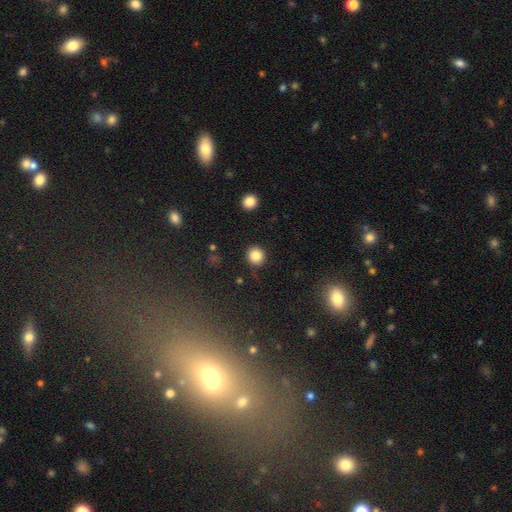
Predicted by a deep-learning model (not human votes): A smooth galaxy with no disk features (84%) that is round (93%).

Vote fractions:
- Smooth or featured? smooth: 84% / star or artifact: 11% / featured or disk: 5%
- How rounded? round: 93% / in between: 6% / cigar-shaped: 1%
- Merging? none: 85% / minor disturbance: 9% / major disturbance: 3% / merger: 2%